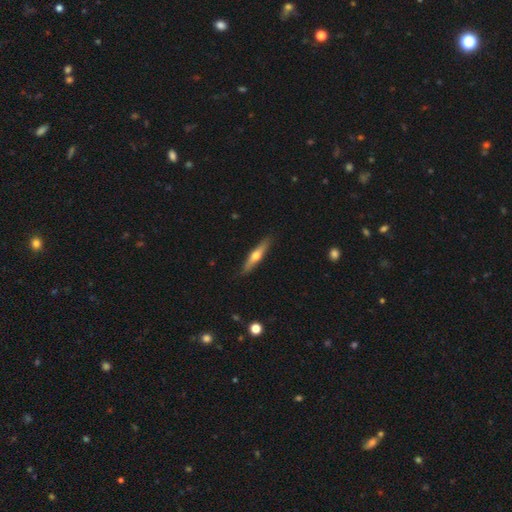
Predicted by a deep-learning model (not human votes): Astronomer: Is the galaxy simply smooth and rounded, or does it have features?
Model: featured or disk — 54% (runner-up: smooth, 40%).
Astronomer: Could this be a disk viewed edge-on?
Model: yes — 94%.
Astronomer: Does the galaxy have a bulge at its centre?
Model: rounded — 91%.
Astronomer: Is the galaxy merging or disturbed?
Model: none — 88%.